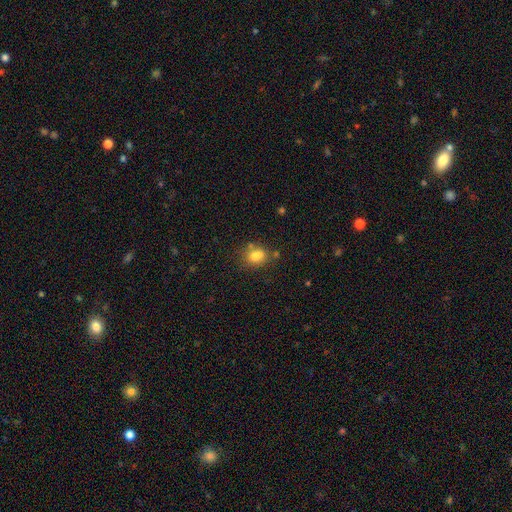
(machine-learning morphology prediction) Q: Smooth or featured?
A: smooth (77%); runner-up: star or artifact (12%)
Q: How rounded?
A: round (60%); runner-up: in between (39%)
Q: Merging?
A: none (61%); runner-up: merger (17%)